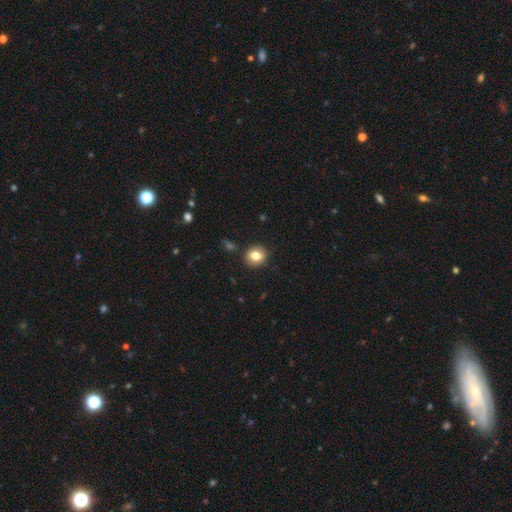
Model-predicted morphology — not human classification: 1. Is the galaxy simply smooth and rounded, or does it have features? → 80% smooth, 10% featured or disk, 10% star or artifact.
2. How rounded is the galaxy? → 77% round, 22% in between, 1% cigar-shaped.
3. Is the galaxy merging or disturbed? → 88% none, 8% minor disturbance, 2% major disturbance, 2% merger.